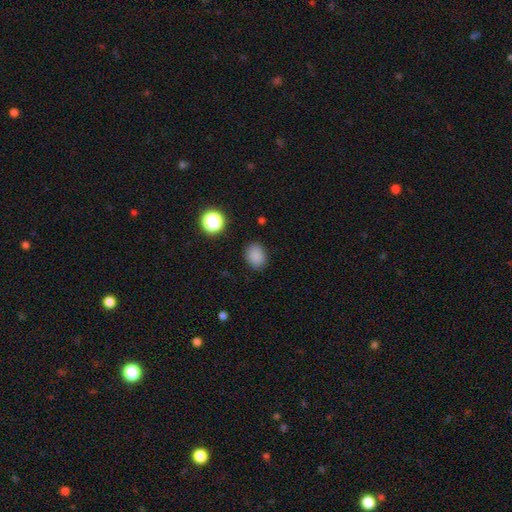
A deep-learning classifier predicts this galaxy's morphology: type=smooth (84%); roundness=in between (57%); merging=none (86%).